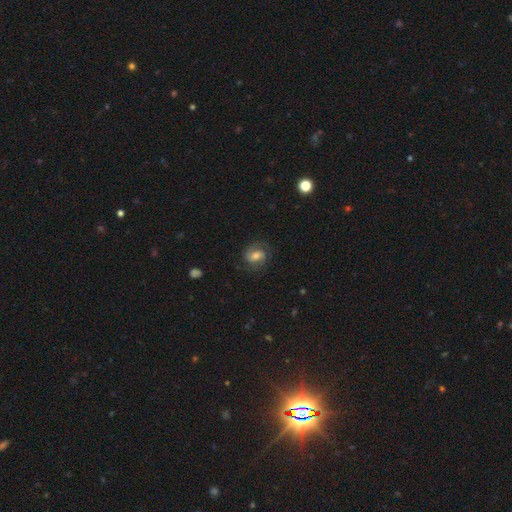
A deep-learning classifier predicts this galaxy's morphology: Smooth or featured?
  - featured or disk: 56% *
  - smooth: 35%
  - star or artifact: 9%
Edge-on disk?
  - no: 97% *
  - yes: 3%
Bar?
  - weak: 44% *
  - no: 39%
  - strong: 18%
Spiral arms?
  - yes: 87% *
  - no: 13%
Bulge size?
  - moderate: 59% *
  - small: 26%
  - large: 10%
  - none: 3%
  - dominant: 2%
Merging?
  - none: 74% *
  - minor disturbance: 16%
  - major disturbance: 8%
  - merger: 1%